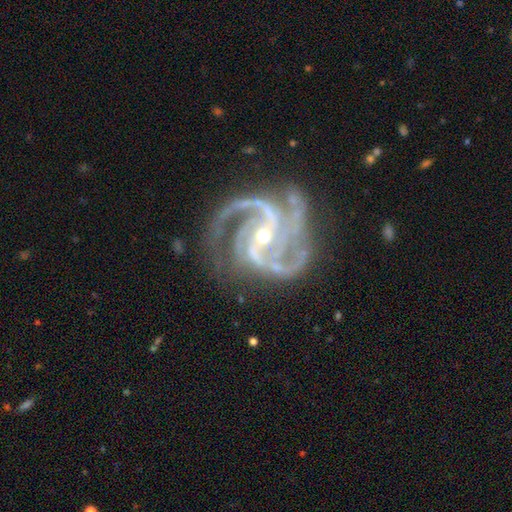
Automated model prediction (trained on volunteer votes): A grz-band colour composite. It shows a featured or disk galaxy (92%) with no bar (40%), 3 (34%) medium (51%) spiral arms (98%) and a small central bulge (57%). Merging: none (51%).